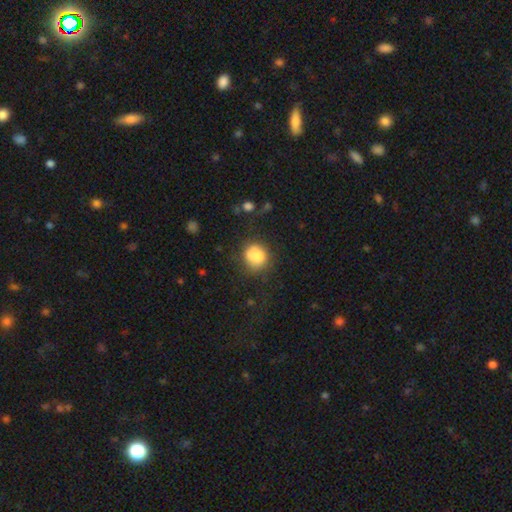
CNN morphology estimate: Smooth or featured: smooth — 77% (featured or disk — 14%)
How rounded: round — 76% (in between — 23%)
Merging: none — 53% (minor disturbance — 22%)